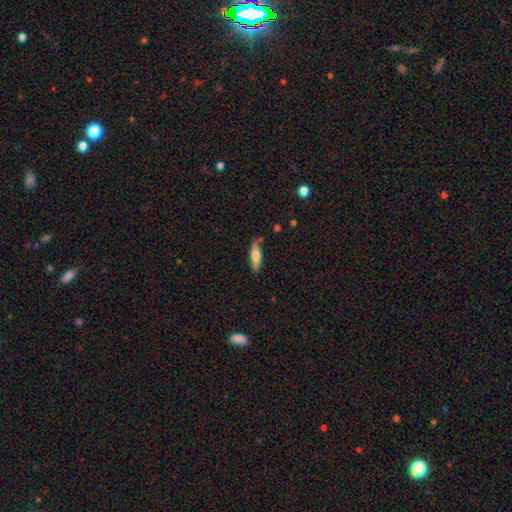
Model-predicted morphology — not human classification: The model was most divided on "how rounded": cigar-shaped: 60%, in between: 38%, round: 2%. More confident: merging — none (77%); smooth or featured — smooth (68%).